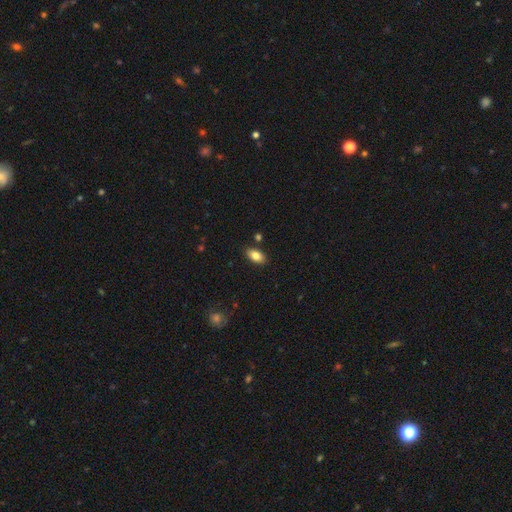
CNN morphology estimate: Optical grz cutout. It shows a smooth galaxy with no disk features (83%) that is in between round and cigar-shaped (92%). Merging: none (85%).